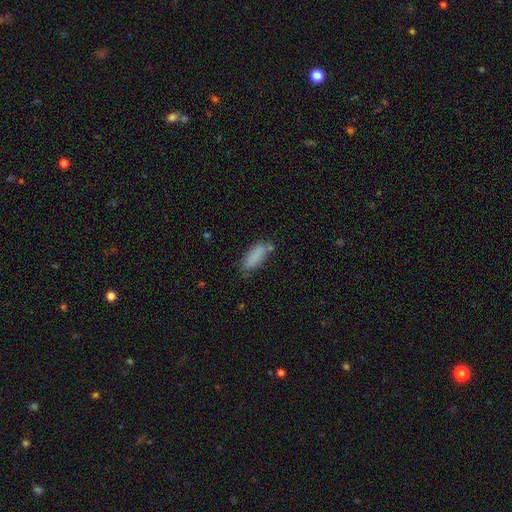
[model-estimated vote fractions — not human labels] Smooth or featured?
  - smooth: 83% *
  - star or artifact: 8%
  - featured or disk: 8%
How rounded?
  - in between: 60% *
  - cigar-shaped: 38%
  - round: 2%
Merging?
  - none: 62% *
  - minor disturbance: 23%
  - merger: 8%
  - major disturbance: 7%